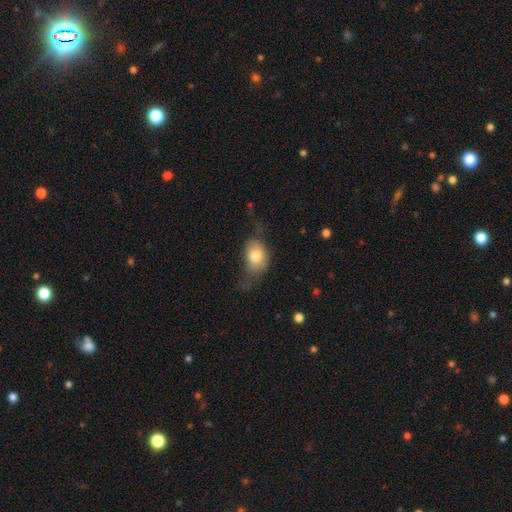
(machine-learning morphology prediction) smooth 75%, featured or disk 17%, star or artifact 8%. Down the decision tree: how rounded — in between (71%); merging — none (38%).